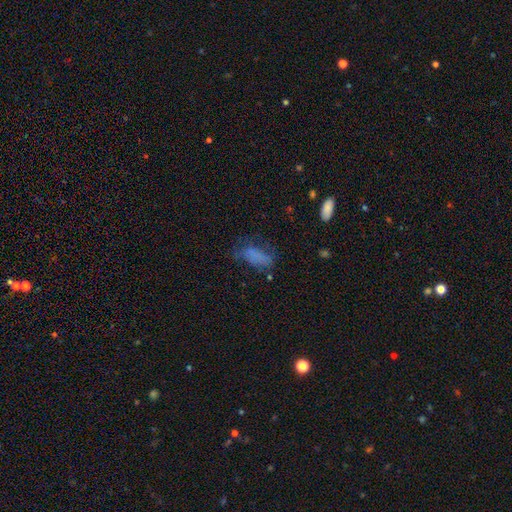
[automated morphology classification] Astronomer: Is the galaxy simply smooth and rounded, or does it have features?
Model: smooth — 66%.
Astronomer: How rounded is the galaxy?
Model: in between — 80%.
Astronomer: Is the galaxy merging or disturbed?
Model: none — 41% (runner-up: major disturbance, 28%).